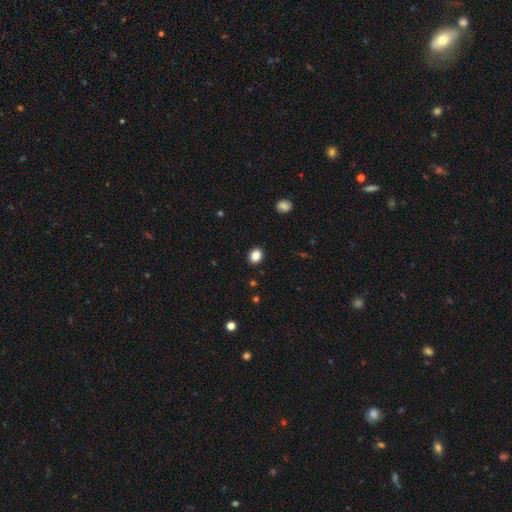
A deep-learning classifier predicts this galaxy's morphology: type=smooth (86%); roundness=round (52%); merging=none (91%).